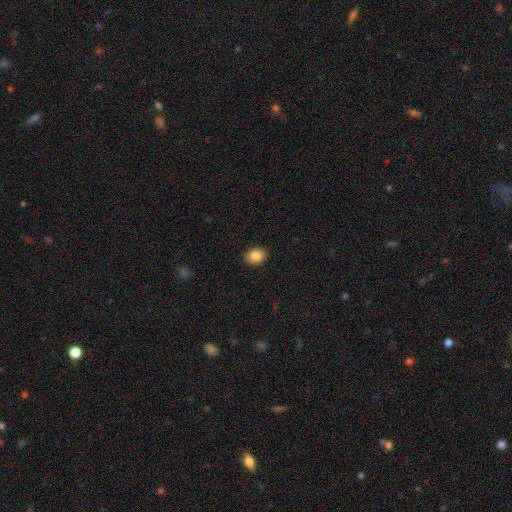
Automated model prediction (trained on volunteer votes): smooth-or-featured: smooth: 85% | star or artifact: 8% | featured or disk: 7%
  how-rounded: in between: 69% | round: 30% | cigar-shaped: 1%
  merging: none: 89% | minor disturbance: 9% | major disturbance: 2% | merger: 1%